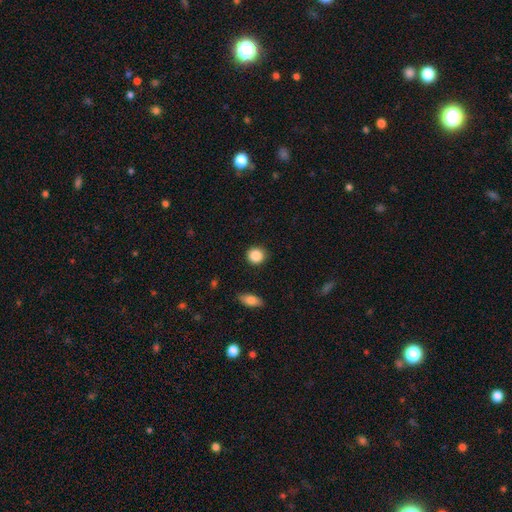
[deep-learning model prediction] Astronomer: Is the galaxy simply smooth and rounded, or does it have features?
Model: smooth — 88%.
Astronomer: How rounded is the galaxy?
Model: round — 89%.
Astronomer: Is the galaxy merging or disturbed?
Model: none — 89%.